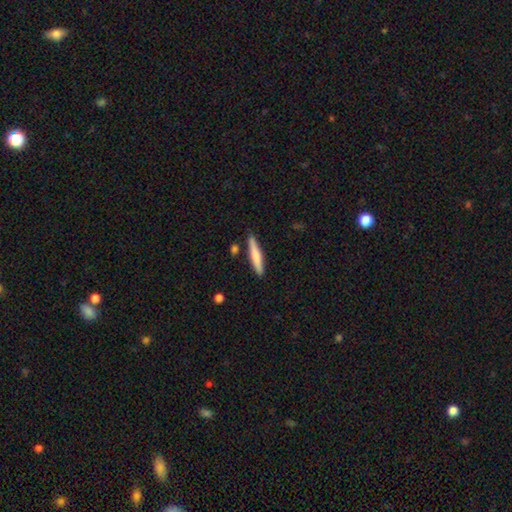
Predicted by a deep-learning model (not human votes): A smooth galaxy with no disk features (66%) that is cigar-shaped (91%). Merging: none (86%).